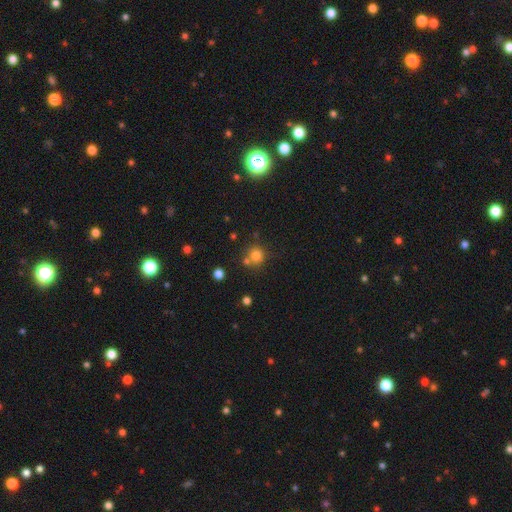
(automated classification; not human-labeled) Morphology: type=smooth (77%); roundness=round (89%); merging=none (66%).